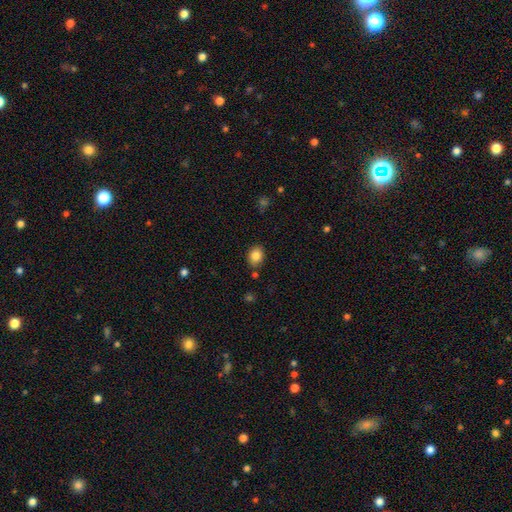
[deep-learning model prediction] Smooth or featured? smooth (84%)
How rounded? in between (56%)
Merging? none (84%)